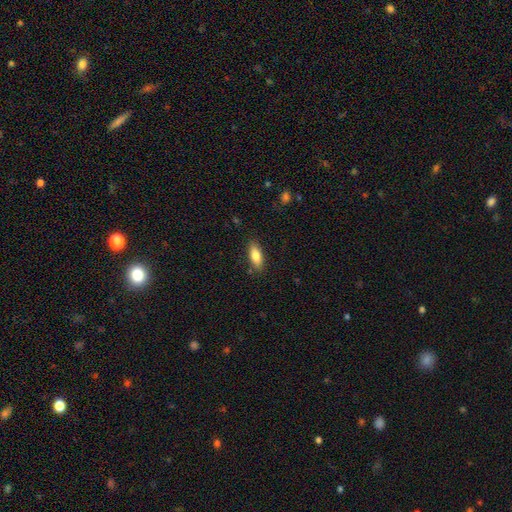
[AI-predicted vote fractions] smooth_or_featured: smooth (p=0.82) [alt: featured or disk p=0.12]
how_rounded: in between (p=0.71) [alt: cigar-shaped p=0.26]
merging: none (p=0.86) [alt: minor disturbance p=0.11]